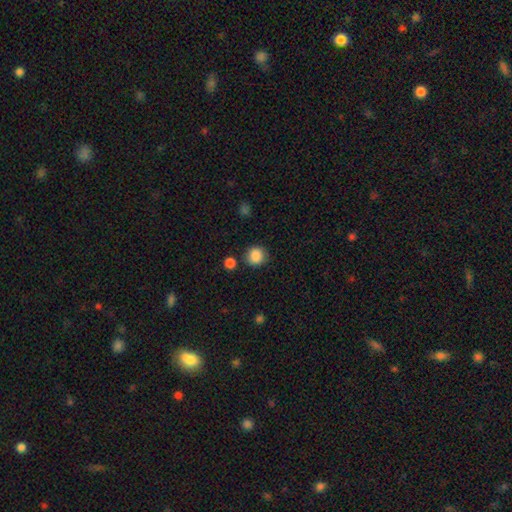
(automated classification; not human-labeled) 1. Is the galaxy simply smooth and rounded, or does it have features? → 87% smooth, 9% star or artifact, 4% featured or disk.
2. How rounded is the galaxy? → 89% round, 10% in between, 1% cigar-shaped.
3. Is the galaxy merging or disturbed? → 83% none, 9% minor disturbance, 4% merger, 3% major disturbance.